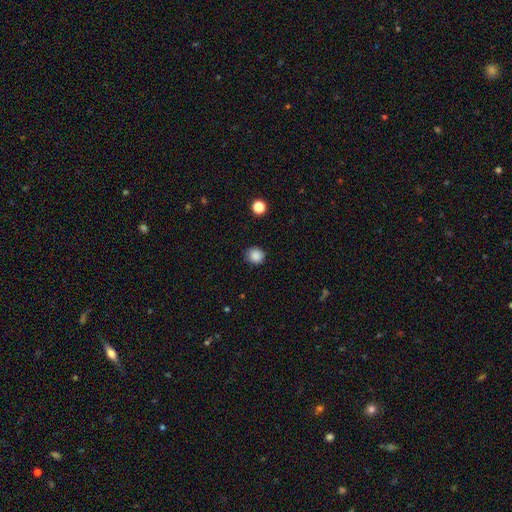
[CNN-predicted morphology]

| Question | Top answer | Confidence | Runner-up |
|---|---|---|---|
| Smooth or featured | smooth | 87% | star or artifact (10%) |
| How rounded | round | 86% | in between (13%) |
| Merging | none | 86% | minor disturbance (10%) |